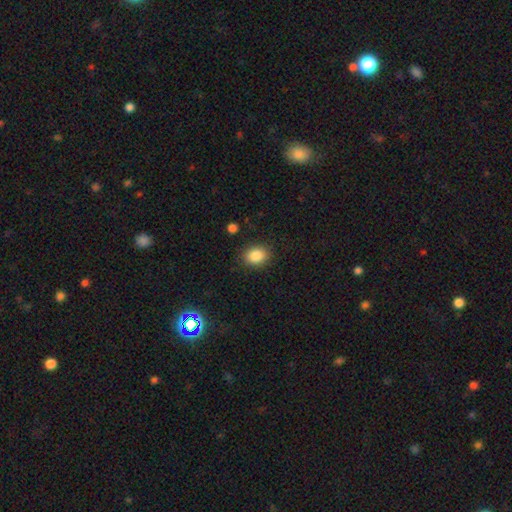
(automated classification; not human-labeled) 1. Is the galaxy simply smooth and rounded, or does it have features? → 86% smooth, 9% star or artifact, 4% featured or disk.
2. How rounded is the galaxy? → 55% in between, 44% round, 1% cigar-shaped.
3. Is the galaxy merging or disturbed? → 86% none, 9% minor disturbance, 3% major disturbance, 1% merger.